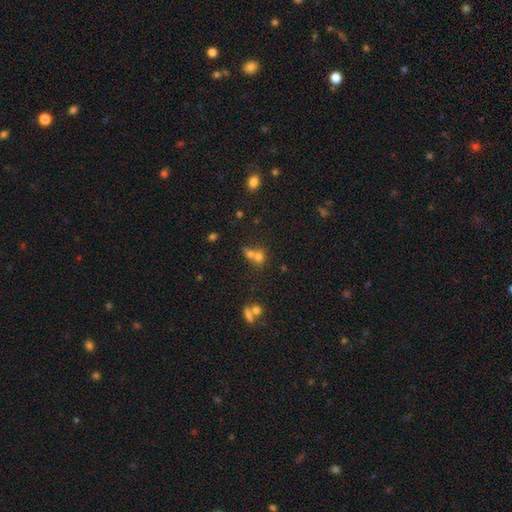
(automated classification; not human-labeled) Smooth or featured? smooth (65%)
How rounded? round (69%)
Merging? merger (58%)